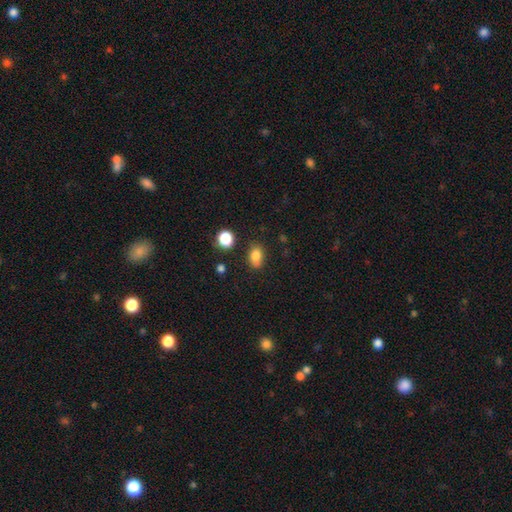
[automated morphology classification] Overall: smooth (82%). How rounded: in between (79%). Merging: none (76%).